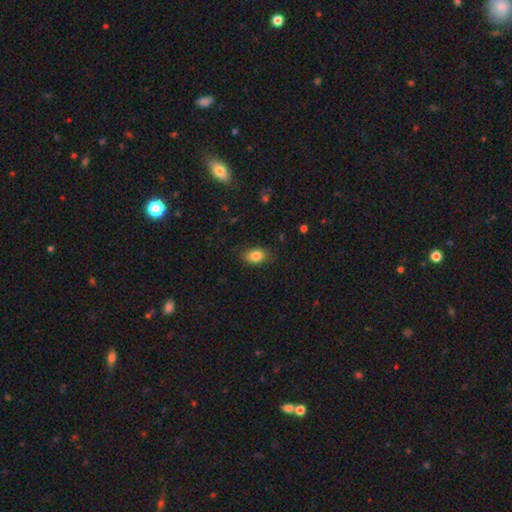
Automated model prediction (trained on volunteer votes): Smooth or featured?
  - smooth: 84% *
  - star or artifact: 9%
  - featured or disk: 6%
How rounded?
  - in between: 75% *
  - round: 23%
  - cigar-shaped: 1%
Merging?
  - none: 84% *
  - minor disturbance: 12%
  - major disturbance: 3%
  - merger: 1%